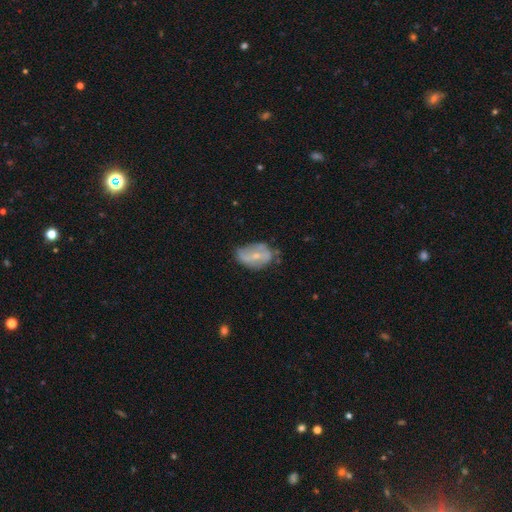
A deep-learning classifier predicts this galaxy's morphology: Overall: featured or disk (55%; smooth 37%). Edge-on disk: no (94%). Bar: no (45%; weak 36%). Spiral arms: yes (57%; no 43%). Bulge size: small (64%; moderate 30%). Merging: none (46%; minor disturbance 36%).